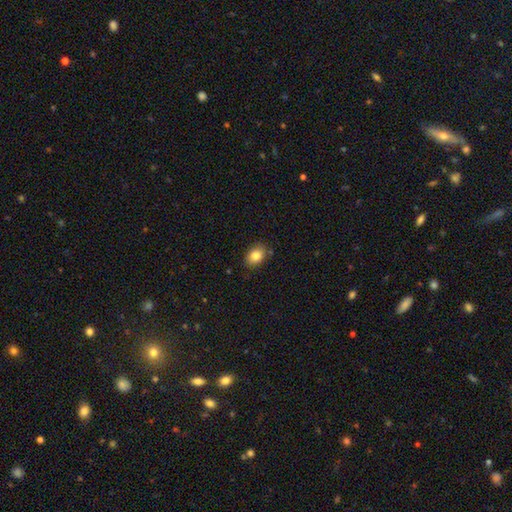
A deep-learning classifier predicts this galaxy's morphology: smooth 84%, star or artifact 9%, featured or disk 8%. Down the decision tree: how rounded — in between (78%); merging — none (84%).